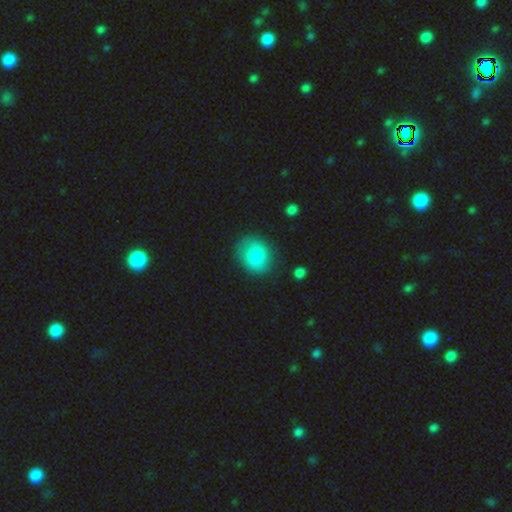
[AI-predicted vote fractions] Smooth or featured? Predicted: smooth (p=0.79). How rounded? Predicted: round (p=0.63). Merging? Predicted: none (p=0.79).